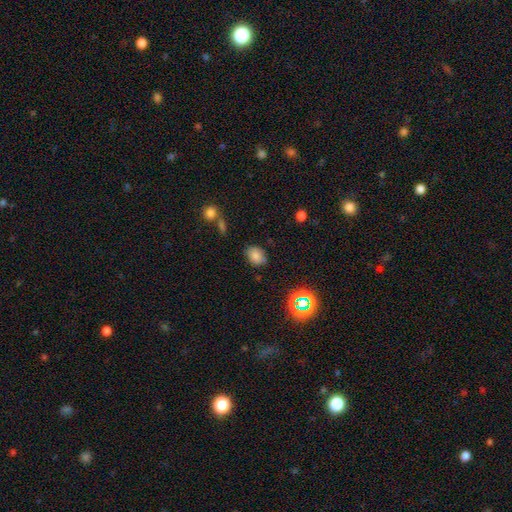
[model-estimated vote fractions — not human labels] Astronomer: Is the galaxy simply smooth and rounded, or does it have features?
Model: smooth — 78%.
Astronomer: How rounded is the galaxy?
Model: in between — 64%.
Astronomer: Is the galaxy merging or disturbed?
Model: none — 79%.